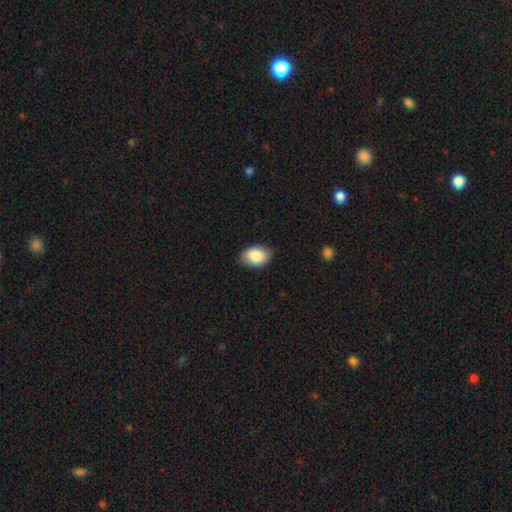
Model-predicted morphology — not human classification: smooth_or_featured: smooth (p=0.87) [alt: star or artifact p=0.06]
how_rounded: in between (p=0.87) [alt: round p=0.12]
merging: none (p=0.85) [alt: minor disturbance p=0.12]